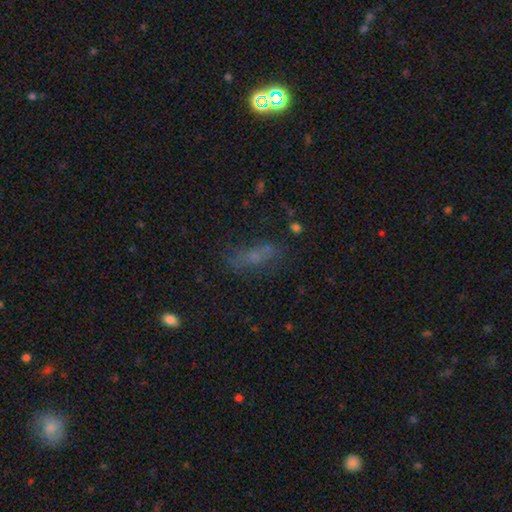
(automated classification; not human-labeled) Overall: smooth (47%; star or artifact 27%). Merging: none (62%).